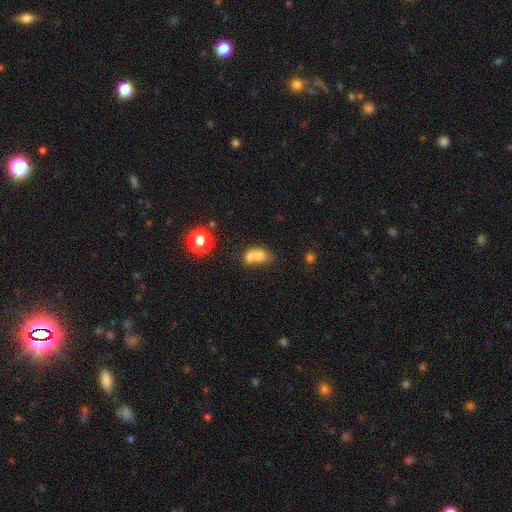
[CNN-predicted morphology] Smooth or featured?
  - smooth: 70% *
  - featured or disk: 18%
  - star or artifact: 12%
How rounded?
  - in between: 56% *
  - round: 42%
  - cigar-shaped: 2%
Merging?
  - merger: 68% *
  - none: 20%
  - minor disturbance: 7%
  - major disturbance: 5%